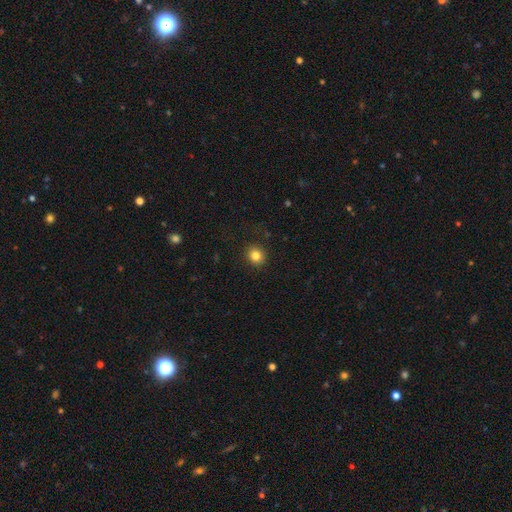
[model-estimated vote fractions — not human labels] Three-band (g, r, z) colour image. It shows a smooth galaxy with no disk features (83%) that is round (80%). Merging: none (89%).